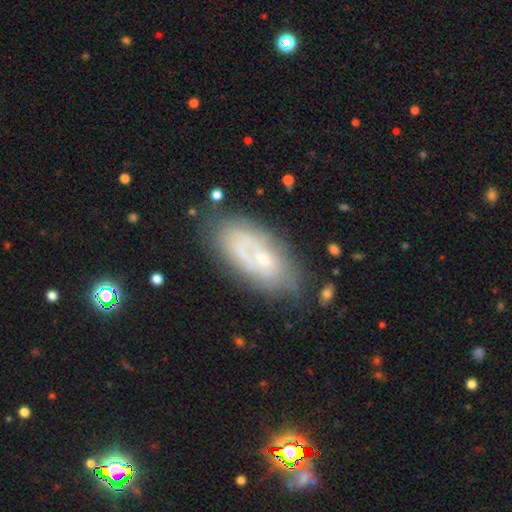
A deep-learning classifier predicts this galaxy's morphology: A featured or disk galaxy (57%) with no bar (74%), spiral arms (51%) and a small central bulge (56%). Merging: none (62%).